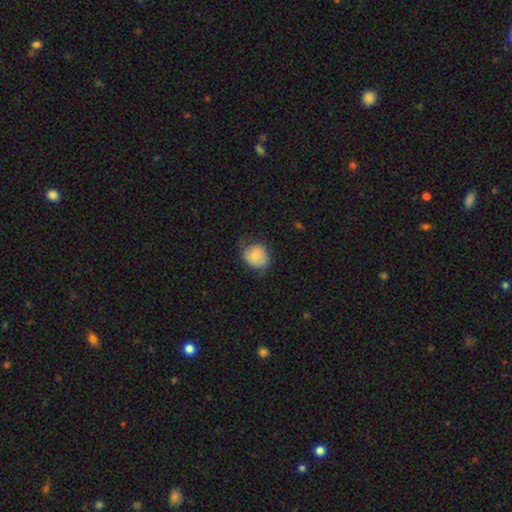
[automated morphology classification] This is likely a smooth galaxy (73%). How rounded: likely round (68%). Merging: possibly none (57%).